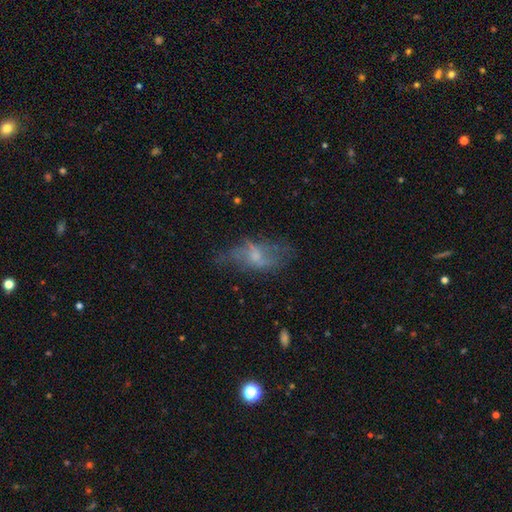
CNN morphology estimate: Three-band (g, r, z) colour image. It shows a featured or disk galaxy (50%). Merging: none (45%).